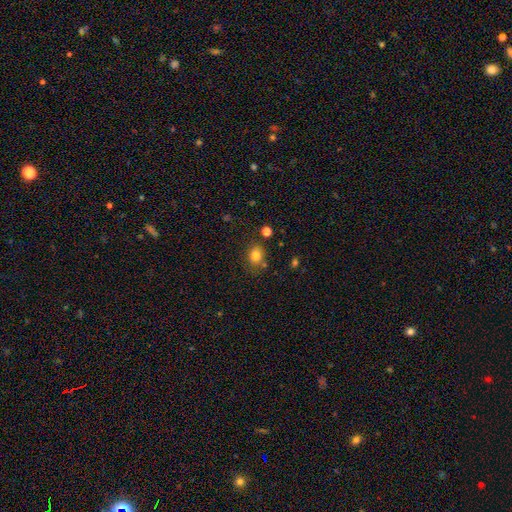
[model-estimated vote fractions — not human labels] A smooth galaxy with no disk features (81%) that is round (55%). Merging: none (75%).